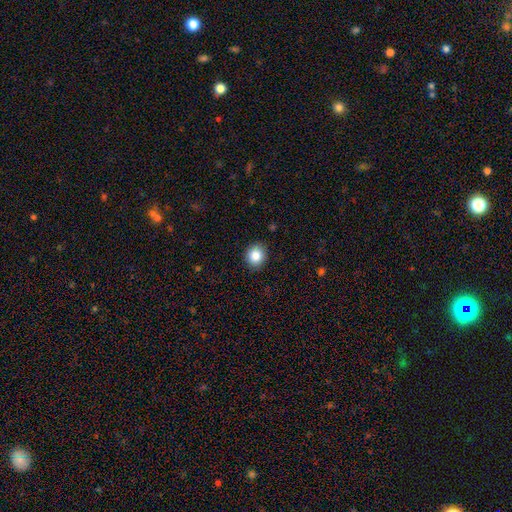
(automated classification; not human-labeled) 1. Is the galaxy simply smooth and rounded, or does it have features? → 85% smooth, 9% star or artifact, 6% featured or disk.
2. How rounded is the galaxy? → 79% round, 20% in between, 1% cigar-shaped.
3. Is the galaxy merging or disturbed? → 90% none, 8% minor disturbance, 2% major disturbance, 1% merger.